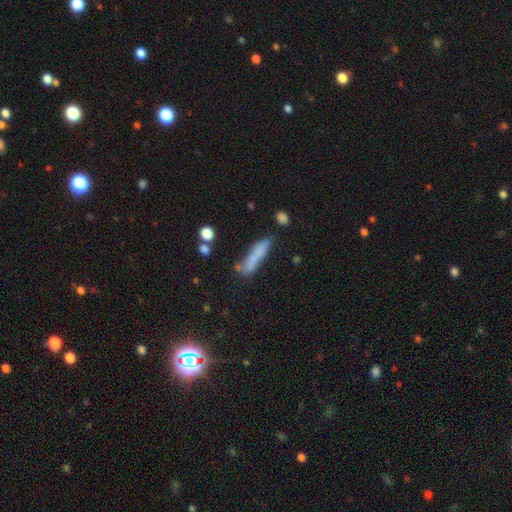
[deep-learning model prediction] smooth_or_featured: smooth (p=0.64) [alt: featured or disk p=0.25]
how_rounded: cigar-shaped (p=0.80) [alt: in between p=0.18]
merging: none (p=0.55) [alt: minor disturbance p=0.24]